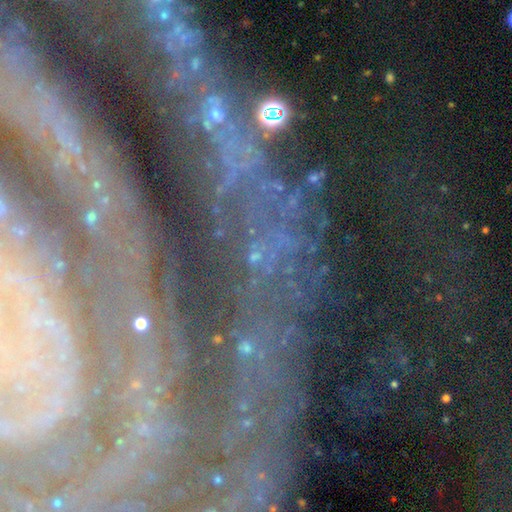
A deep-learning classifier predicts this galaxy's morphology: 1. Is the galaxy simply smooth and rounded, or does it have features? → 60% star or artifact, 27% featured or disk, 13% smooth.